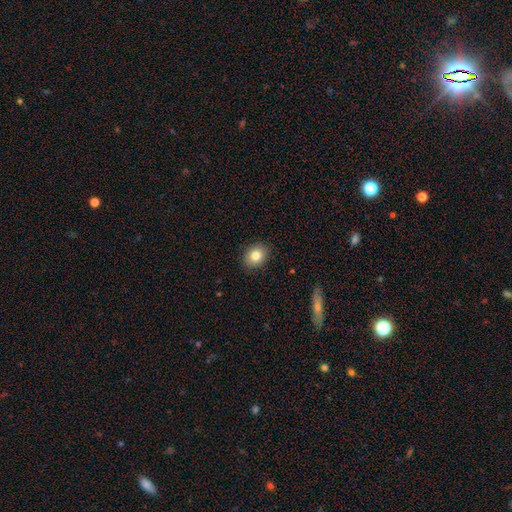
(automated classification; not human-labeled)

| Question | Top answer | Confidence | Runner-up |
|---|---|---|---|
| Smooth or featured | smooth | 82% | star or artifact (9%) |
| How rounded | round | 54% | in between (45%) |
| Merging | none | 90% | minor disturbance (7%) |